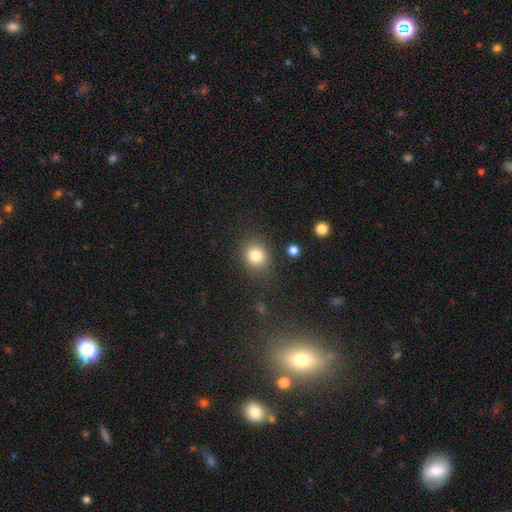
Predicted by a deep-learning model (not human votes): smooth_or_featured: smooth (p=0.82) [alt: star or artifact p=0.11]
how_rounded: round (p=0.76) [alt: in between p=0.23]
merging: none (p=0.82) [alt: minor disturbance p=0.10]